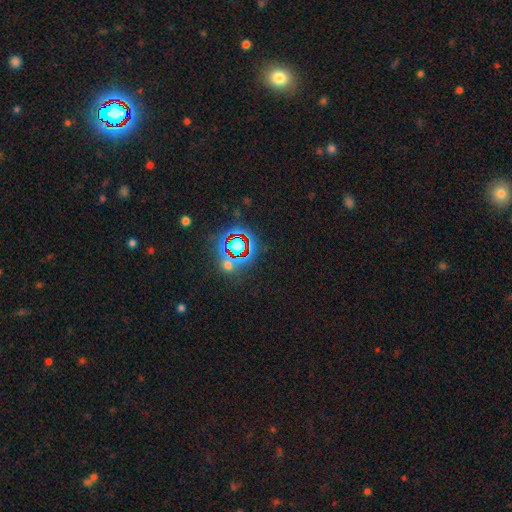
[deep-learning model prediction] Smooth or featured: star or artifact — 74% (smooth — 16%)